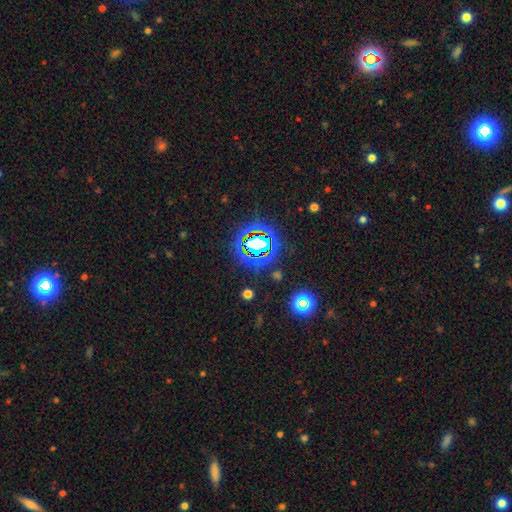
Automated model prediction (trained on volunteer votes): This appears to be a star or artifact, not a galaxy (80%).